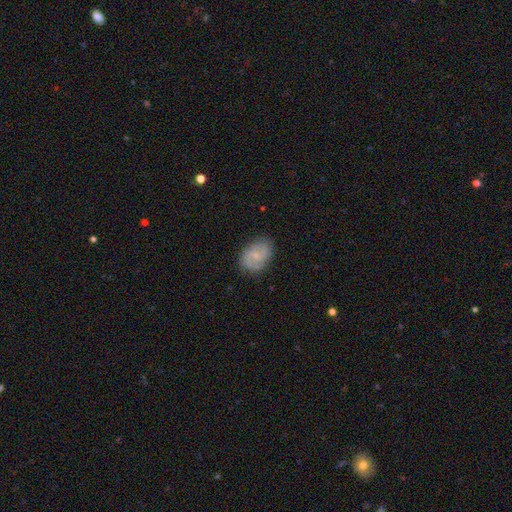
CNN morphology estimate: A featured or disk galaxy (67%) with no bar (53%), 2 (78%) medium (48%) spiral arms (91%) and a small central bulge (68%).

Vote fractions:
- Smooth or featured? featured or disk: 67% / smooth: 26% / star or artifact: 7%
- Edge-on disk? no: 97% / yes: 3%
- Bar? no: 53% / weak: 41% / strong: 6%
- Spiral arms? yes: 91% / no: 9%
- Spiral winding? medium: 48% / tight: 34% / loose: 19%
- Spiral arm count? 2: 78% / can't tell: 12% / 3: 4% / 1: 3% / 4: 2% / more than 4: 1%
- Bulge size? small: 68% / moderate: 22% / none: 8% / large: 1% / dominant: 1%
- Merging? none: 79% / minor disturbance: 15% / major disturbance: 4% / merger: 1%